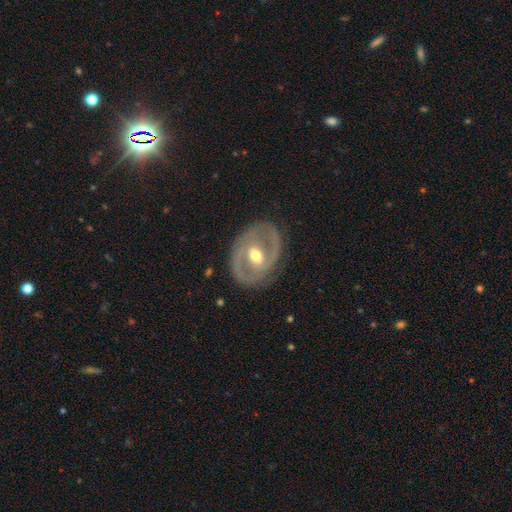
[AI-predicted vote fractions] Smooth or featured? Predicted: featured or disk (p=0.82). Edge-on disk? Predicted: no (p=0.96). Bar? Predicted: weak (p=0.46). Spiral arms? Predicted: yes (p=0.77). Spiral winding? Predicted: tight (p=0.43). Spiral arm count? Predicted: 2 (p=0.81). Bulge size? Predicted: moderate (p=0.69). Merging? Predicted: none (p=0.79).